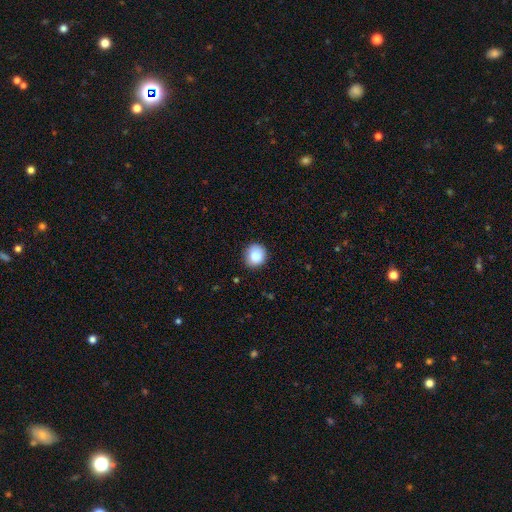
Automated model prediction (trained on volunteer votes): Morphology: type=smooth (87%); roundness=round (89%); merging=none (86%).